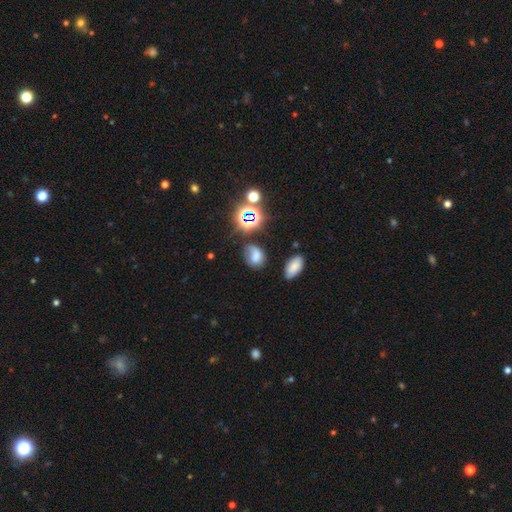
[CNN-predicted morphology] type=smooth (58%); roundness=in between (62%); merging=none (50%).